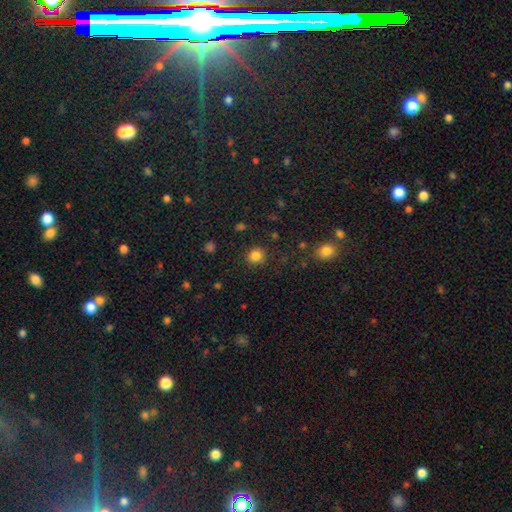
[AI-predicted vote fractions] This appears to be a smooth galaxy with no disk features (83%) that is round (87%). Merging: none (87%).